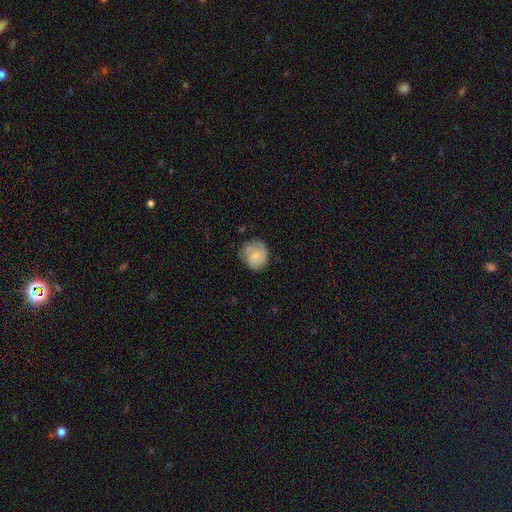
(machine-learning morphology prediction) smooth-or-featured: smooth: 57% | featured or disk: 35% | star or artifact: 7%
  how-rounded: round: 82% | in between: 17% | cigar-shaped: 1%
  merging: none: 65% | minor disturbance: 25% | major disturbance: 8% | merger: 1%